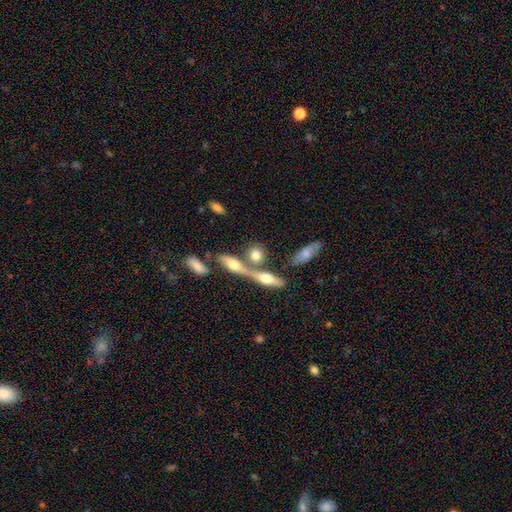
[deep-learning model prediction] smooth-or-featured: smooth: 64% | featured or disk: 27% | star or artifact: 9%
  how-rounded: in between: 43% | round: 37% | cigar-shaped: 20%
  merging: none: 47% | merger: 37% | minor disturbance: 11% | major disturbance: 5%